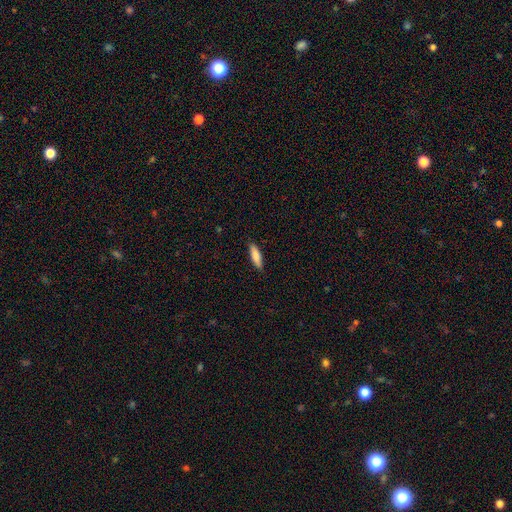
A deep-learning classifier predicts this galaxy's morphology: Q: Smooth or featured?
A: smooth (81%); runner-up: featured or disk (13%)
Q: How rounded?
A: cigar-shaped (59%); runner-up: in between (39%)
Q: Merging?
A: none (87%); runner-up: minor disturbance (10%)